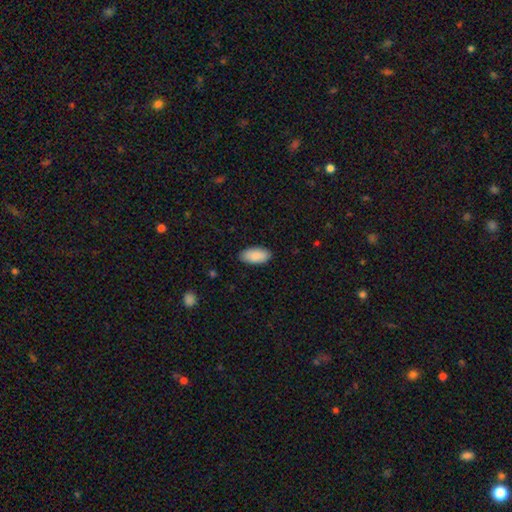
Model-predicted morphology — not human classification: type=smooth (90%); roundness=in between (93%); merging=none (88%).